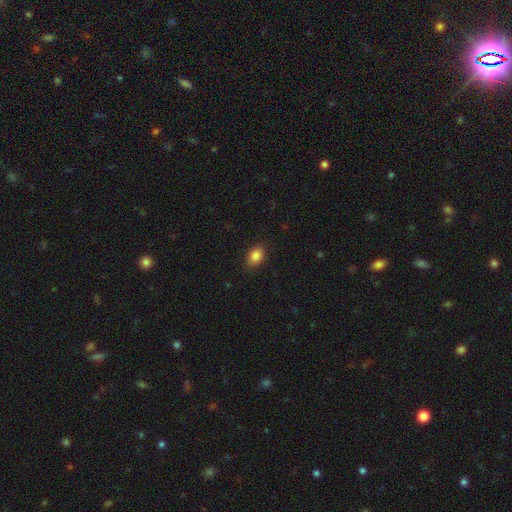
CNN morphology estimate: type=smooth (86%); roundness=in between (76%); merging=none (86%).